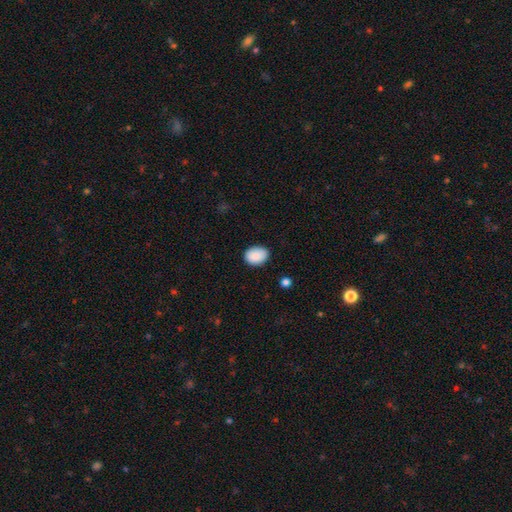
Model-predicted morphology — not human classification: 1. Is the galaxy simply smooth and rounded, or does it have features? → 90% smooth, 7% star or artifact, 3% featured or disk.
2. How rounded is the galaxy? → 75% in between, 24% round, 1% cigar-shaped.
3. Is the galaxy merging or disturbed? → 86% none, 10% minor disturbance, 2% major disturbance, 1% merger.